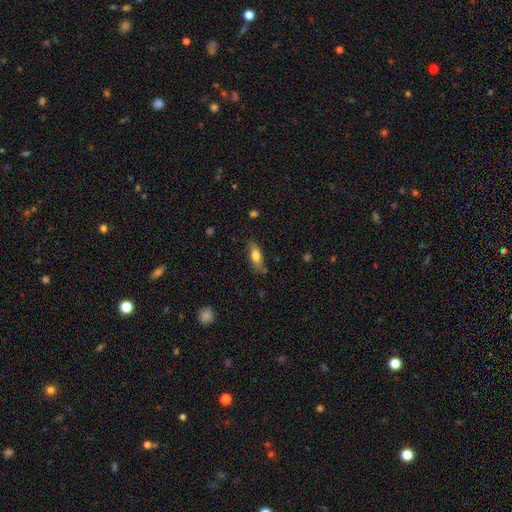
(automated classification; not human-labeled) Overall: smooth (73%). How rounded: in between (74%). Merging: none (75%).